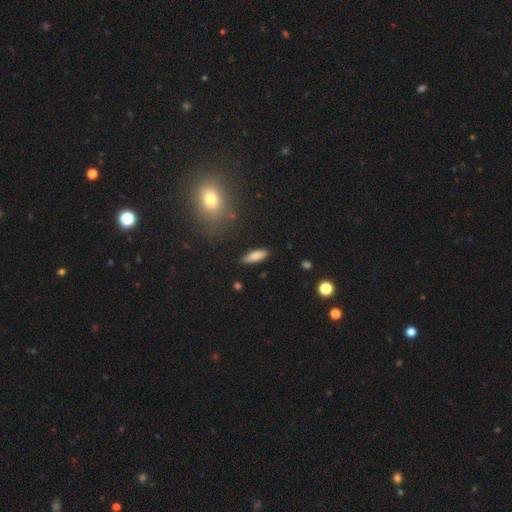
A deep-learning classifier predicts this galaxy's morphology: A smooth galaxy with no disk features (81%) that is in between round and cigar-shaped (54%).

Vote fractions:
- Smooth or featured? smooth: 81% / featured or disk: 11% / star or artifact: 7%
- How rounded? in between: 54% / cigar-shaped: 44% / round: 2%
- Merging? none: 85% / minor disturbance: 11% / major disturbance: 2% / merger: 2%